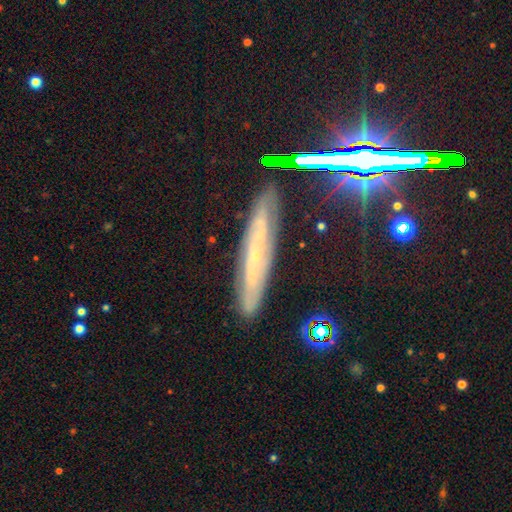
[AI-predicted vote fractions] featured or disk 60%, smooth 24%, star or artifact 16%. Down the decision tree: edge-on disk — yes (72%); merging — none (82%).